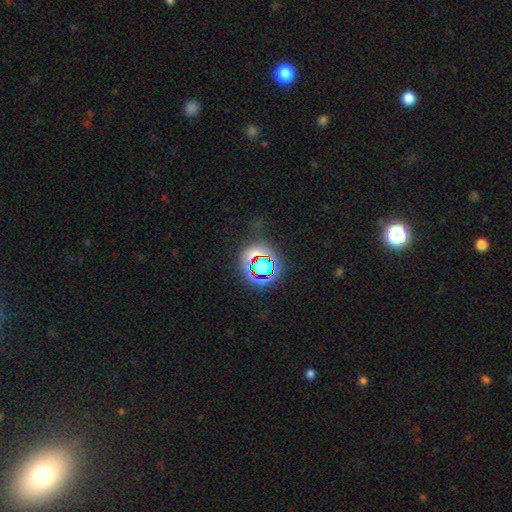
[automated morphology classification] smooth-or-featured: star or artifact: 64% | smooth: 23% | featured or disk: 12%